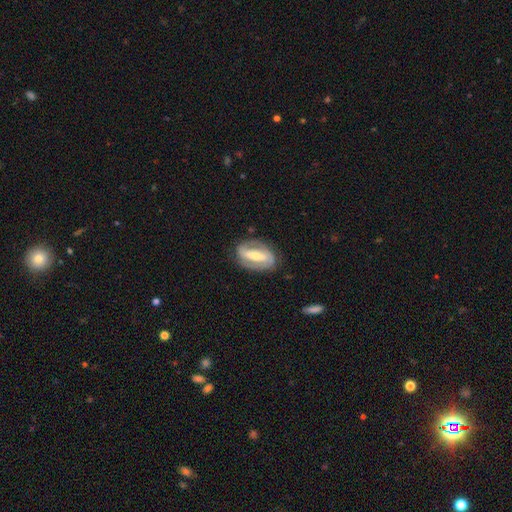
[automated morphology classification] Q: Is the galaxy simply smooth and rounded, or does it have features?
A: featured or disk — 81%.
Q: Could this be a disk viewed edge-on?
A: no — 93%.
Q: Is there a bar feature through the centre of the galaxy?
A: strong — 68%.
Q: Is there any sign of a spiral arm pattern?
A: yes — 80%.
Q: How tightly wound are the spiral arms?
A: tight — 47%.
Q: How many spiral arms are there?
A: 2 — 84%.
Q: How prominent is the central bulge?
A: moderate — 52%.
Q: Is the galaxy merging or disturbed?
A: none — 79%.